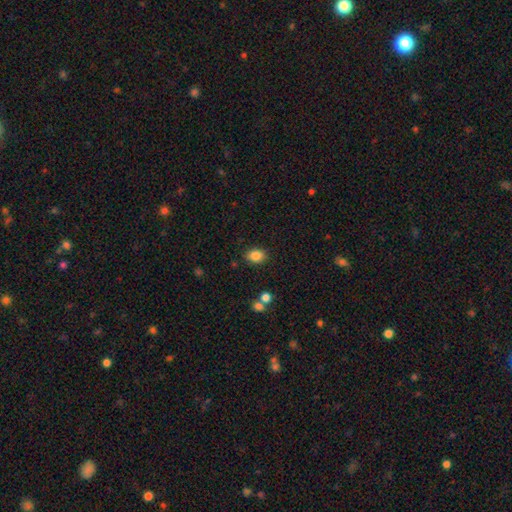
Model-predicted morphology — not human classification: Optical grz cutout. It shows a smooth galaxy with no disk features (85%) that is in between round and cigar-shaped (69%). Merging: none (84%).